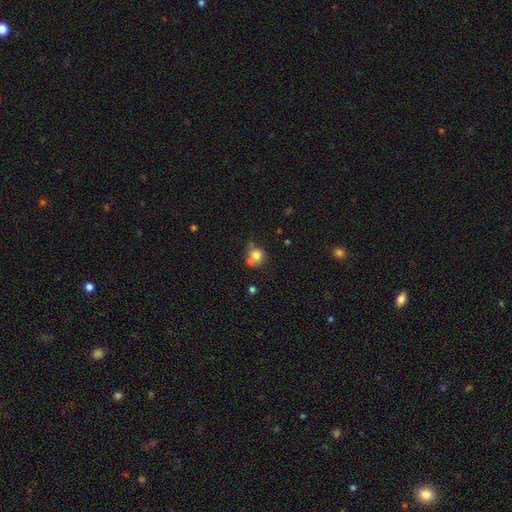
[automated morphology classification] smooth_or_featured: smooth (p=0.76) [alt: featured or disk p=0.13]
how_rounded: round (p=0.75) [alt: in between p=0.24]
merging: none (p=0.39) [tied with: merger p=0.39]